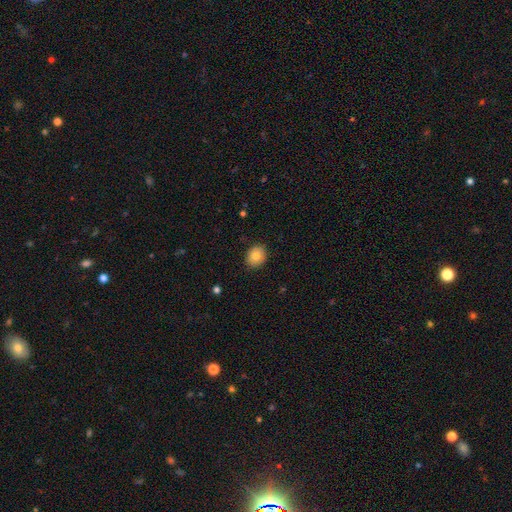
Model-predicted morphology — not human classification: A smooth galaxy with no disk features (81%) that is round (61%).

Vote fractions:
- Smooth or featured? smooth: 81% / featured or disk: 10% / star or artifact: 9%
- How rounded? round: 61% / in between: 38% / cigar-shaped: 1%
- Merging? none: 88% / minor disturbance: 9% / major disturbance: 2% / merger: 1%